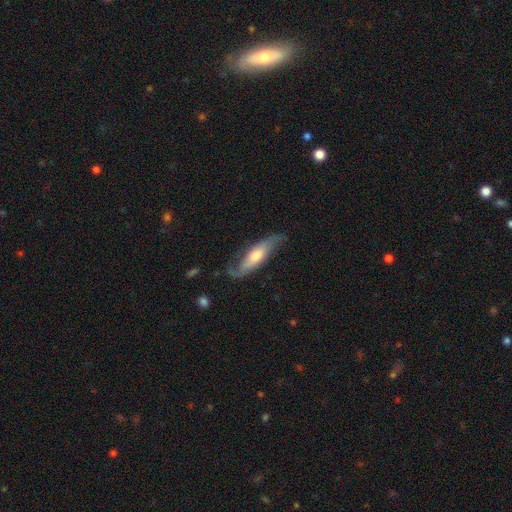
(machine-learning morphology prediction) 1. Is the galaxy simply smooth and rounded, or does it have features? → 73% featured or disk, 21% smooth, 6% star or artifact.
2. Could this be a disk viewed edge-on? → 70% no, 30% yes.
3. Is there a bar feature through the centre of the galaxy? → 56% no, 30% weak, 15% strong.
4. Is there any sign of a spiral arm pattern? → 92% yes, 8% no.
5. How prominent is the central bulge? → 54% moderate, 21% large, 17% small, 4% none, 3% dominant.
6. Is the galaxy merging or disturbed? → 68% none, 21% minor disturbance, 9% major disturbance, 2% merger.